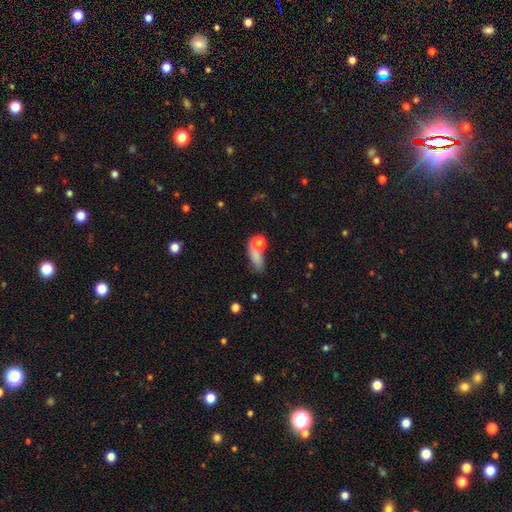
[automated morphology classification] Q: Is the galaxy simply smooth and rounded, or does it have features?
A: smooth — 73%.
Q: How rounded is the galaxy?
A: in between — 61%.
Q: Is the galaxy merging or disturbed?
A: merger — 37%.